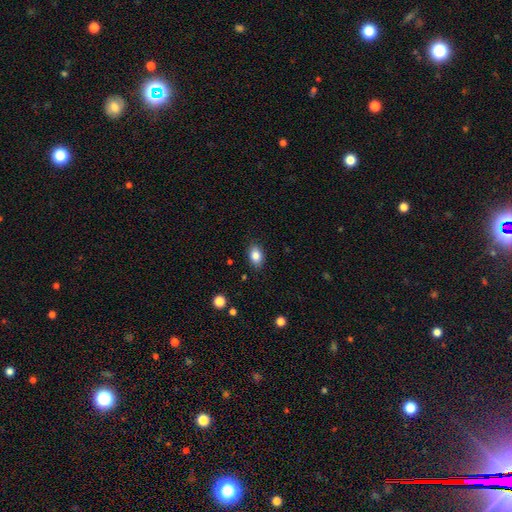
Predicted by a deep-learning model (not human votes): This is clearly a smooth galaxy (85%). How rounded: clearly in between (84%). Merging: clearly none (87%).